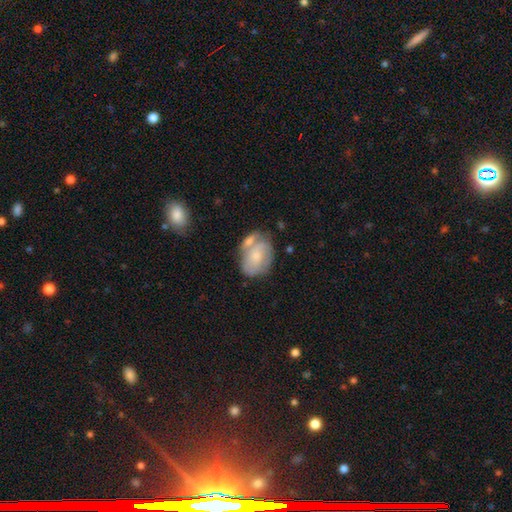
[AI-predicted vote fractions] This is possibly a smooth galaxy (51%). How rounded: likely in between (71%). Merging: marginally none (39%).